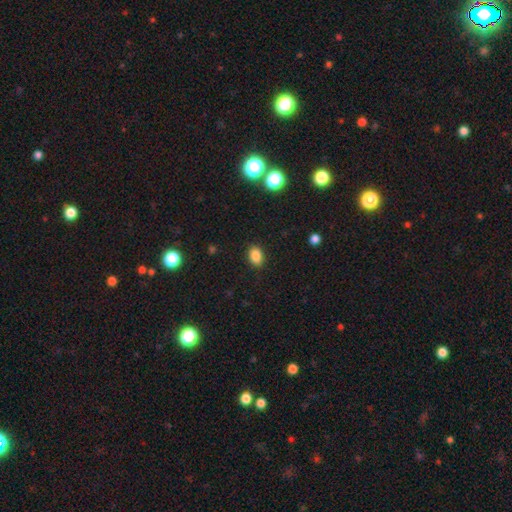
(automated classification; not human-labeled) smooth_or_featured: smooth (p=0.85) [alt: star or artifact p=0.10]
how_rounded: in between (p=0.77) [alt: round p=0.22]
merging: none (p=0.88) [alt: minor disturbance p=0.09]